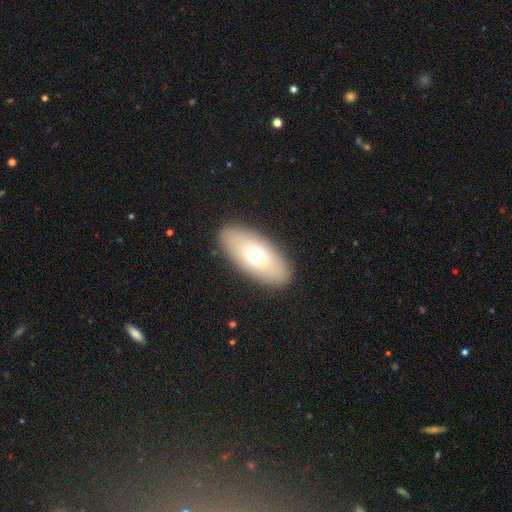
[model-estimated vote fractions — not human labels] A smooth galaxy with no disk features (68%) that is in between round and cigar-shaped (88%). Merging: none (89%).